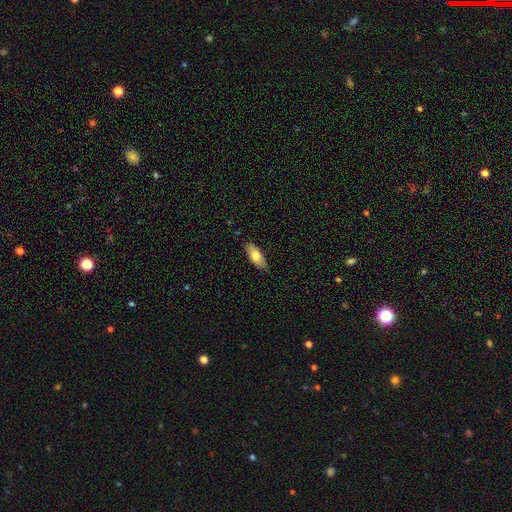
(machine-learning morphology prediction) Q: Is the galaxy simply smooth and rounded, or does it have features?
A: smooth — 79%.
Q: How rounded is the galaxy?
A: in between — 77%.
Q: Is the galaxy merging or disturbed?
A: none — 85%.